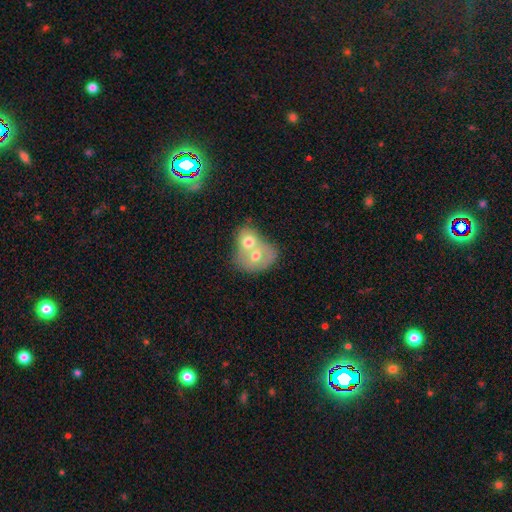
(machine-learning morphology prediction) smooth_or_featured: smooth (p=0.58) [alt: featured or disk p=0.34]
how_rounded: round (p=0.51) [alt: in between p=0.48]
merging: merger (p=0.78) [alt: none p=0.14]